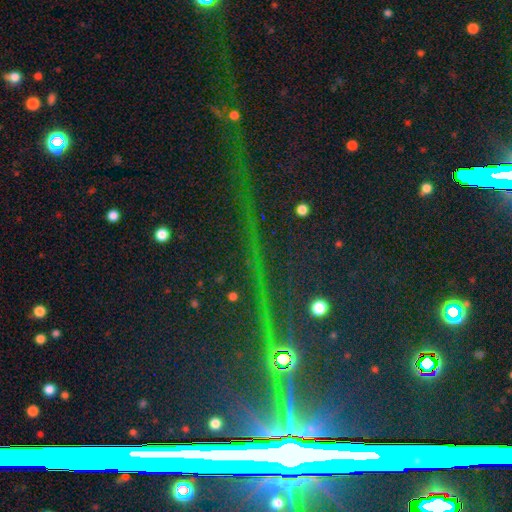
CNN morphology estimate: smooth_or_featured: star or artifact (p=0.81) [alt: featured or disk p=0.10]